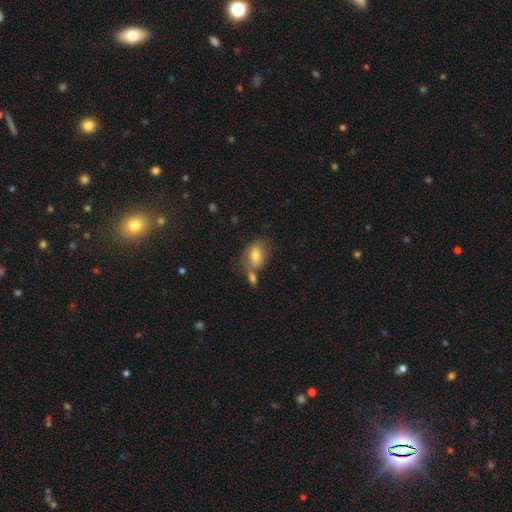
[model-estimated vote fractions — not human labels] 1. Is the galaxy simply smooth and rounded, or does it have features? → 76% smooth, 15% featured or disk, 8% star or artifact.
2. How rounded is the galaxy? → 73% in between, 26% round, 2% cigar-shaped.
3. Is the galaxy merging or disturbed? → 50% none, 29% merger, 15% minor disturbance, 6% major disturbance.